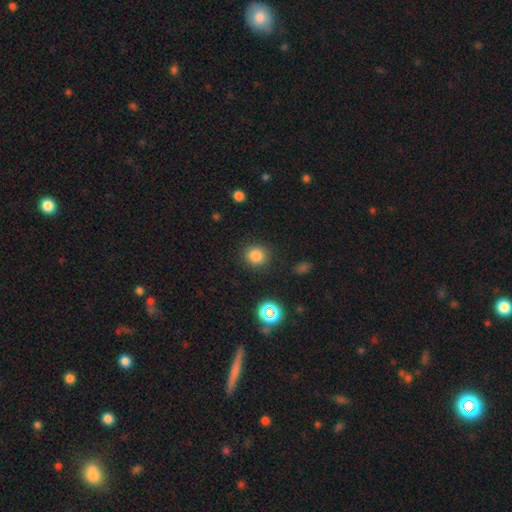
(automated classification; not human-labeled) smooth_or_featured: smooth (p=0.82) [alt: star or artifact p=0.13]
how_rounded: round (p=0.90) [alt: in between p=0.09]
merging: none (p=0.89) [alt: minor disturbance p=0.07]